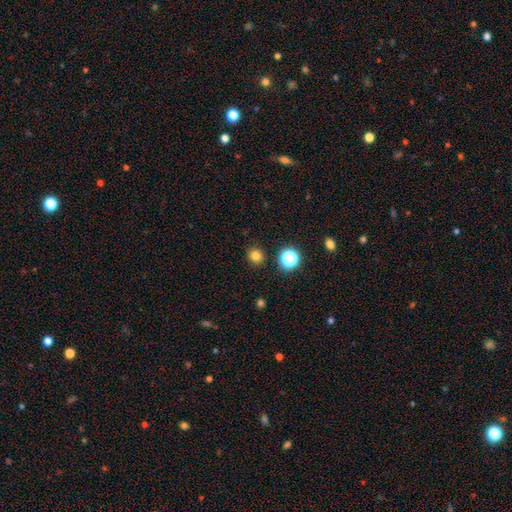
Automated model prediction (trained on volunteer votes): Smooth or featured?
  - smooth: 79% *
  - star or artifact: 16%
  - featured or disk: 5%
How rounded?
  - round: 88% *
  - in between: 11%
  - cigar-shaped: 1%
Merging?
  - none: 89% *
  - minor disturbance: 6%
  - major disturbance: 2%
  - merger: 2%